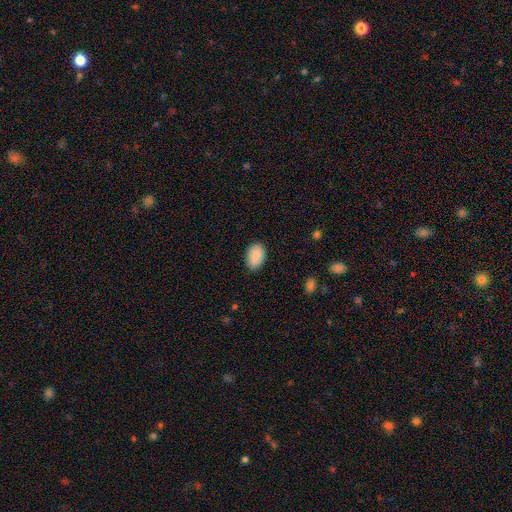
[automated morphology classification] A smooth galaxy with no disk features (90%) that is in between round and cigar-shaped (90%).

Vote fractions:
- Smooth or featured? smooth: 90% / star or artifact: 6% / featured or disk: 4%
- How rounded? in between: 90% / round: 9% / cigar-shaped: 1%
- Merging? none: 86% / minor disturbance: 11% / major disturbance: 2% / merger: 1%